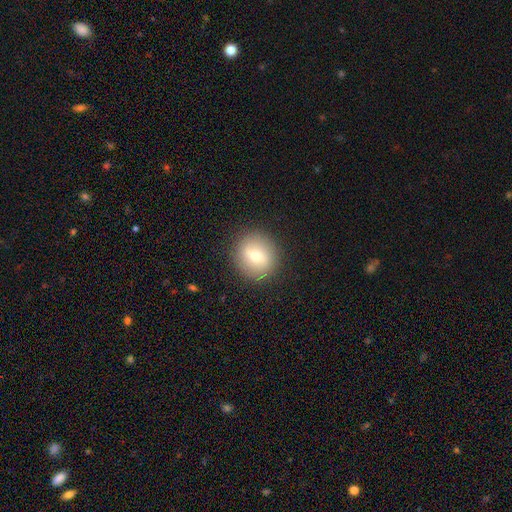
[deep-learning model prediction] Smooth or featured? smooth (69%)
How rounded? round (82%)
Merging? none (89%)